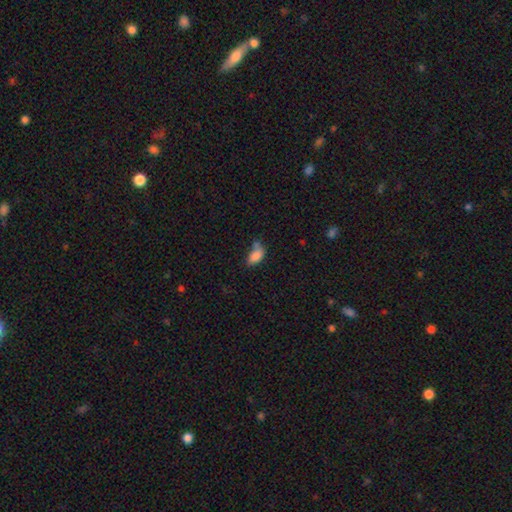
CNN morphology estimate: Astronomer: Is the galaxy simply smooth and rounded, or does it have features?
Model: smooth — 83%.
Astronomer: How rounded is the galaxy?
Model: in between — 90%.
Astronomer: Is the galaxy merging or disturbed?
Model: none — 39% (runner-up: minor disturbance, 29%).